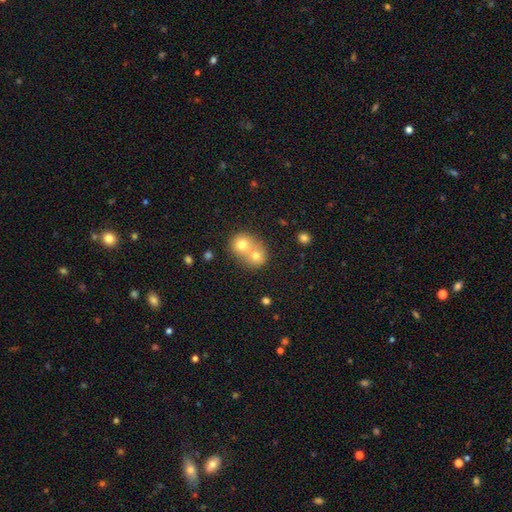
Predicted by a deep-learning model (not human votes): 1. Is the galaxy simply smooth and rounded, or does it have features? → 70% smooth, 19% featured or disk, 11% star or artifact.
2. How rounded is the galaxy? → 71% round, 28% in between, 1% cigar-shaped.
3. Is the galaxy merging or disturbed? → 72% merger, 22% none, 5% minor disturbance, 2% major disturbance.